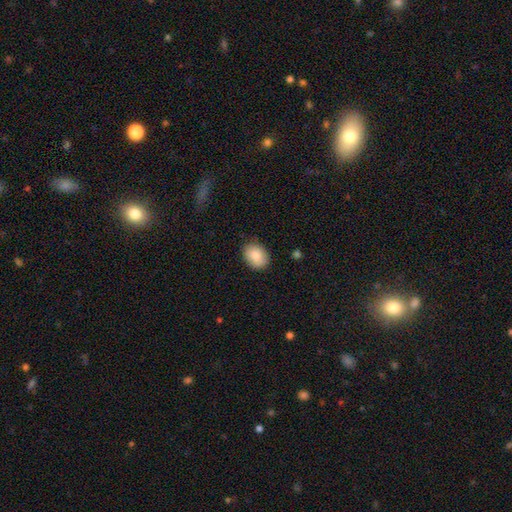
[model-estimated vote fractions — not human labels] Overall: smooth (85%). How rounded: in between (65%; round 34%). Merging: none (86%).